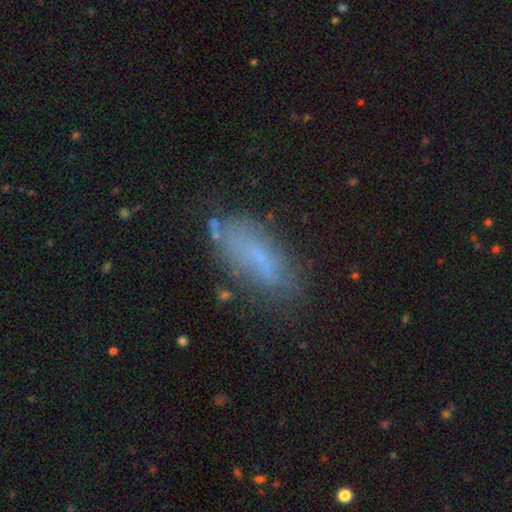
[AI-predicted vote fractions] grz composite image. It shows a smooth galaxy with no disk features (58%) that is in between round and cigar-shaped (72%). Merging: none (65%).